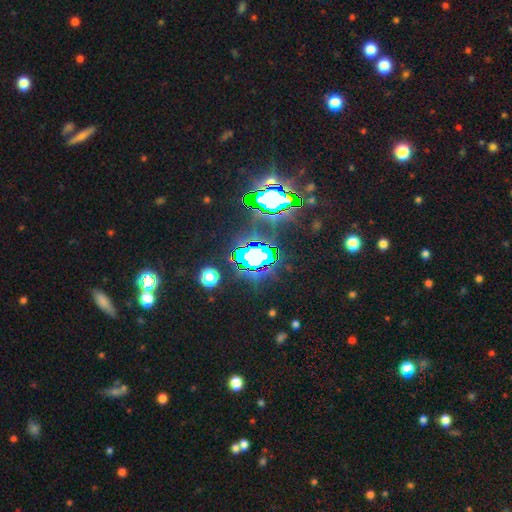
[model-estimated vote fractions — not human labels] Q: Smooth or featured?
A: star or artifact (74%); runner-up: smooth (15%)